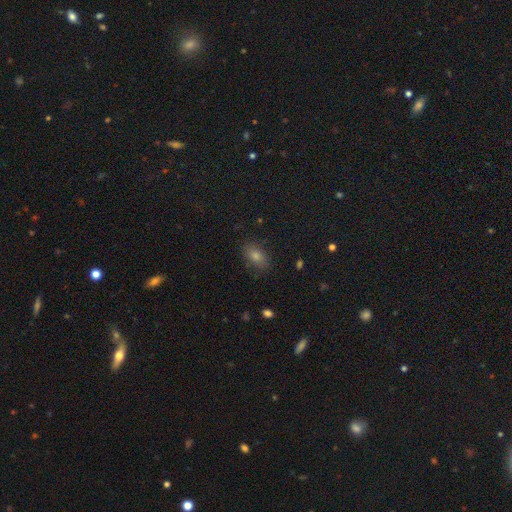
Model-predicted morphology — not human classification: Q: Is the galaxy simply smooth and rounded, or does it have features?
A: smooth — 69%.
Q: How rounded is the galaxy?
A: in between — 83%.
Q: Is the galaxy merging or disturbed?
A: none — 85%.